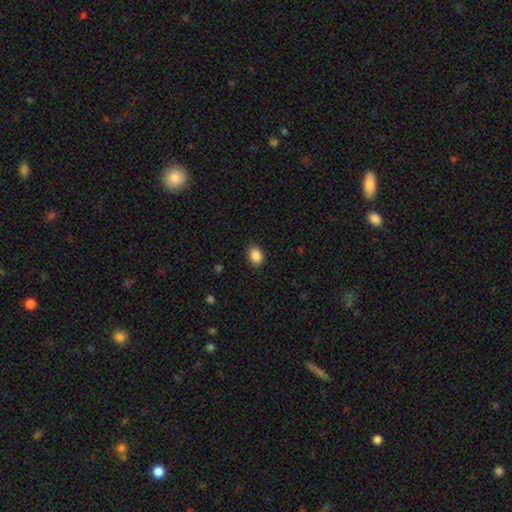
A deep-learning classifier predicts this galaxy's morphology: Q: Smooth or featured?
A: smooth (89%); runner-up: star or artifact (8%)
Q: How rounded?
A: in between (68%); runner-up: round (31%)
Q: Merging?
A: none (88%); runner-up: minor disturbance (8%)